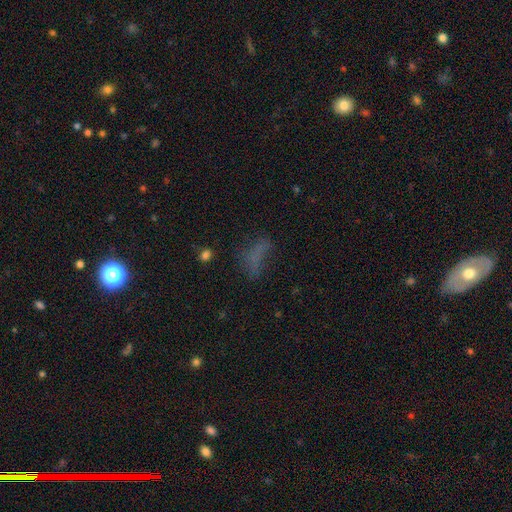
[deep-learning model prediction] smooth_or_featured: smooth (p=0.55) [alt: star or artifact p=0.25]
how_rounded: in between (p=0.68) [alt: cigar-shaped p=0.22]
merging: none (p=0.44) [alt: major disturbance p=0.29]